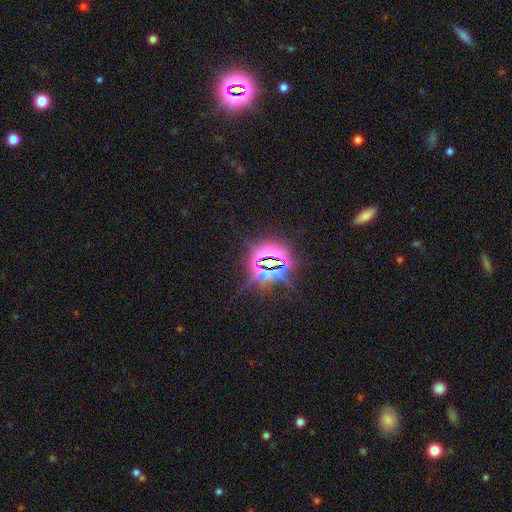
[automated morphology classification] Overall: star or artifact (83%).